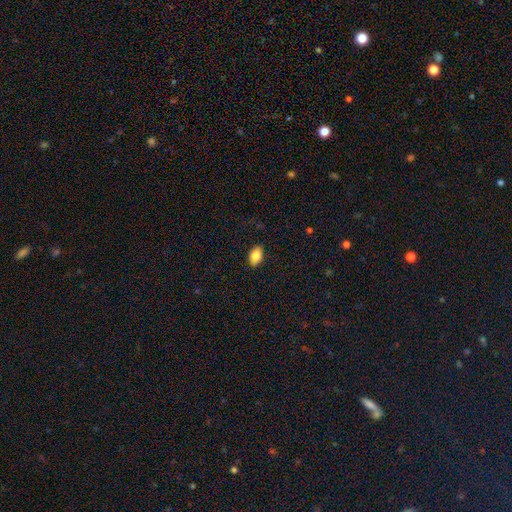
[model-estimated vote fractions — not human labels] Morphology: type=smooth (85%); roundness=in between (90%); merging=none (89%).